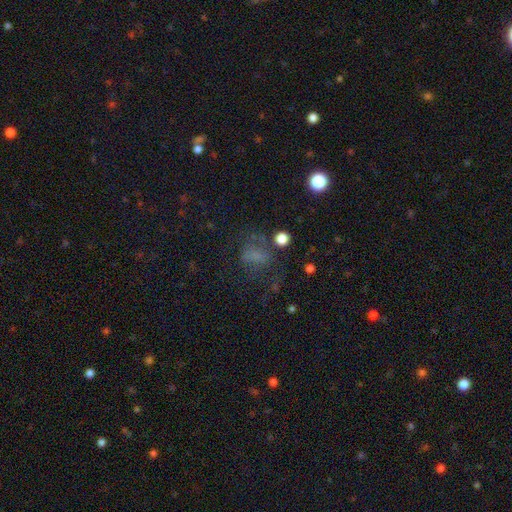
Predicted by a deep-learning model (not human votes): This appears to be a smooth galaxy with no disk features (53%) that is in between round and cigar-shaped (51%). Merging: none (47%).